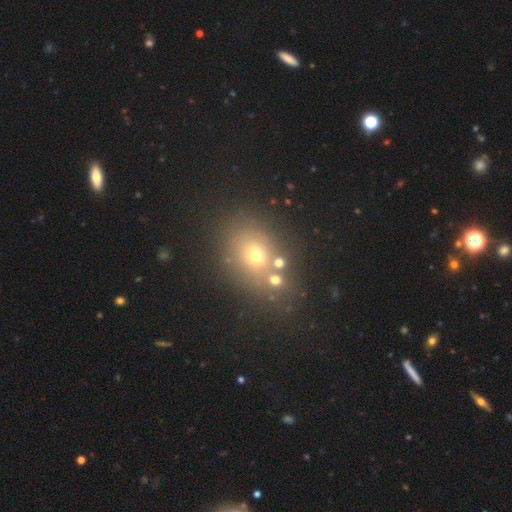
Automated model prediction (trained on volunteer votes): Smooth or featured? Predicted: smooth (p=0.58). How rounded? Predicted: round (p=0.53). Merging? Predicted: none (p=0.63).